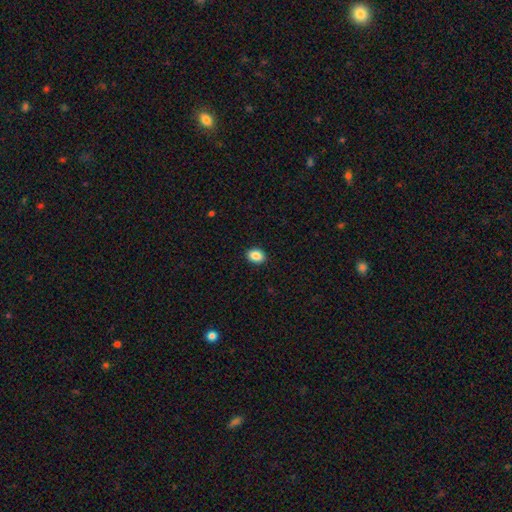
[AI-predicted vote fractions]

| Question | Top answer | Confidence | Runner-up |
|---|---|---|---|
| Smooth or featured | smooth | 88% | star or artifact (8%) |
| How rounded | in between | 67% | round (32%) |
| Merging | none | 91% | minor disturbance (7%) |